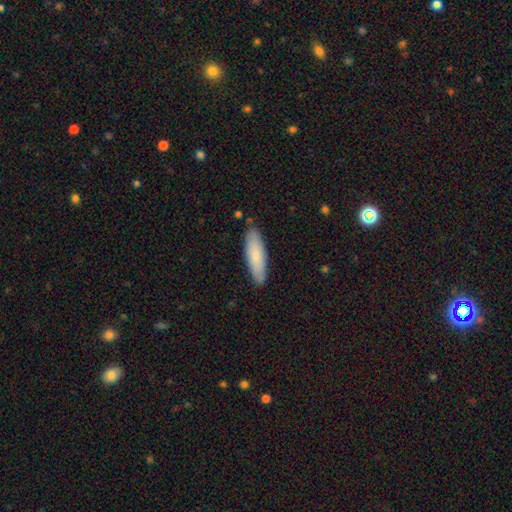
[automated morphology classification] This is clearly a smooth galaxy (82%). How rounded: possibly cigar-shaped (57%). Merging: clearly none (86%).